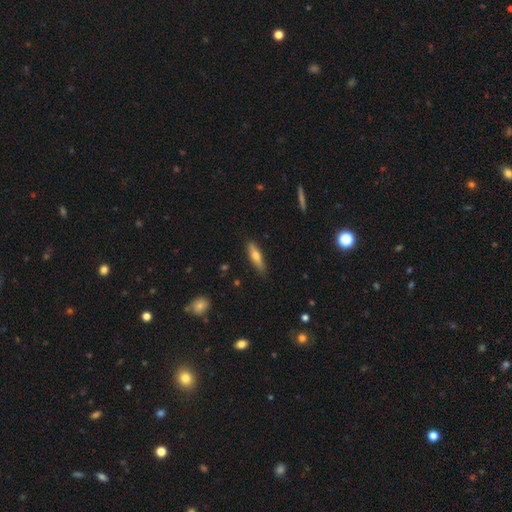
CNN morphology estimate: type=smooth (63%); roundness=cigar-shaped (70%); merging=none (84%).